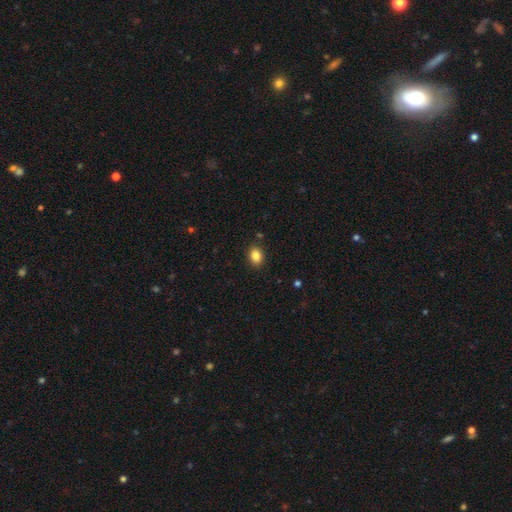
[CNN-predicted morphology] smooth-or-featured: smooth: 86% | star or artifact: 9% | featured or disk: 5%
  how-rounded: in between: 76% | round: 23% | cigar-shaped: 1%
  merging: none: 87% | minor disturbance: 9% | major disturbance: 2% | merger: 2%